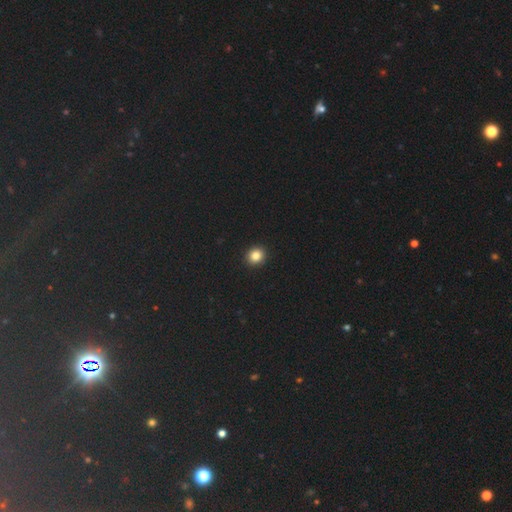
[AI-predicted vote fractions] Q: Smooth or featured?
A: smooth (84%); runner-up: star or artifact (11%)
Q: How rounded?
A: round (81%); runner-up: in between (18%)
Q: Merging?
A: none (93%); runner-up: minor disturbance (5%)